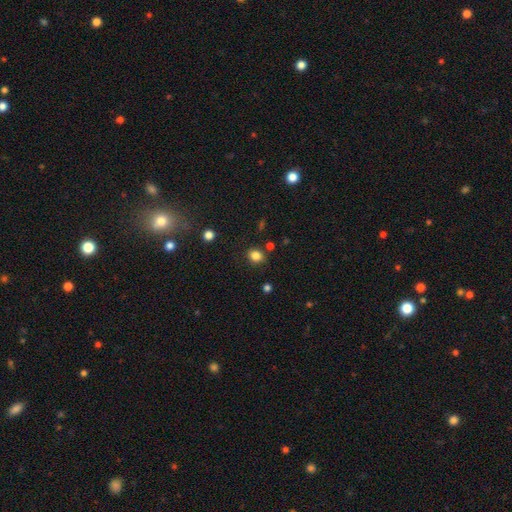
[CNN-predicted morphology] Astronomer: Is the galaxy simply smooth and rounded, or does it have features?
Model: smooth — 83%.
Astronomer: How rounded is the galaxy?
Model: round — 66%.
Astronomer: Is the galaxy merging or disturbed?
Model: none — 83%.